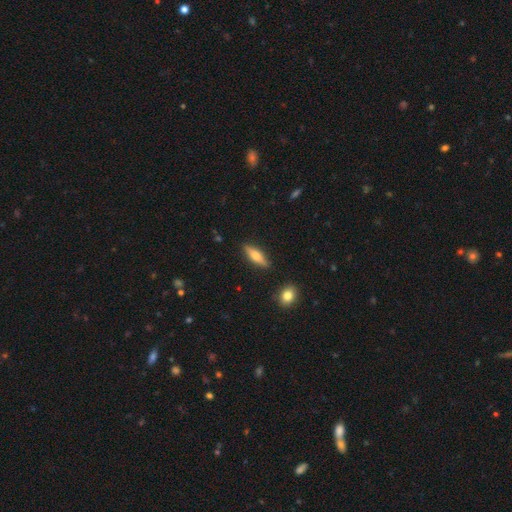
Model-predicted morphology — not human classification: Smooth or featured? Predicted: smooth (p=0.52). How rounded? Predicted: cigar-shaped (p=0.58). Merging? Predicted: none (p=0.87).